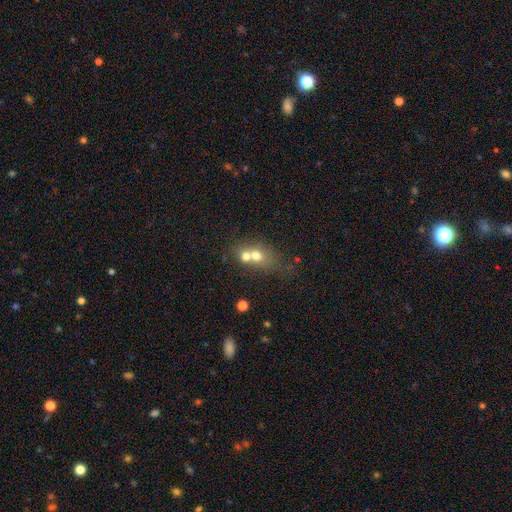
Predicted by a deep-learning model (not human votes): This is likely a smooth galaxy (63%). How rounded: possibly round (56%). Merging: likely merger (64%).